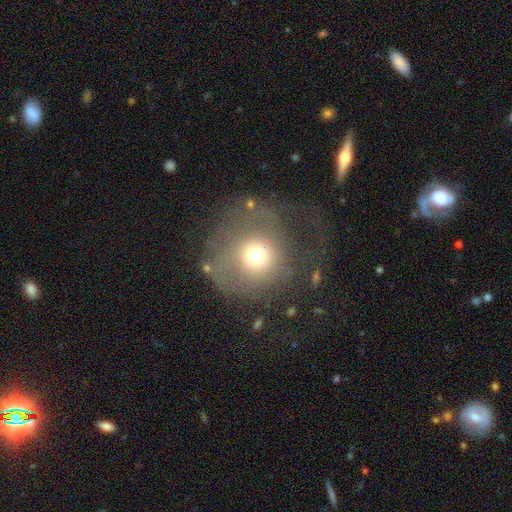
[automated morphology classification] type=smooth (60%); roundness=round (86%); merging=none (40%).